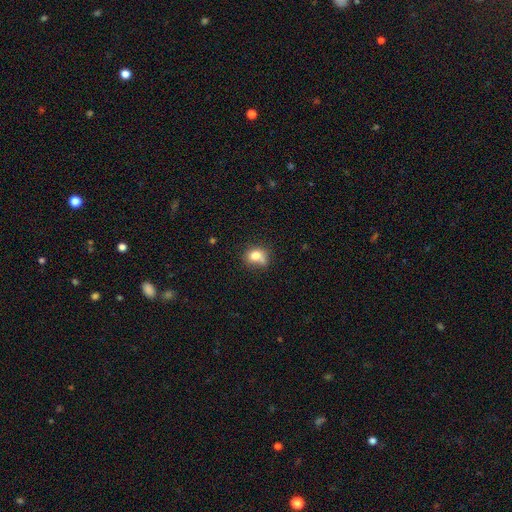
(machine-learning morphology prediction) Smooth or featured? smooth (77%)
How rounded? round (58%)
Merging? none (45%)